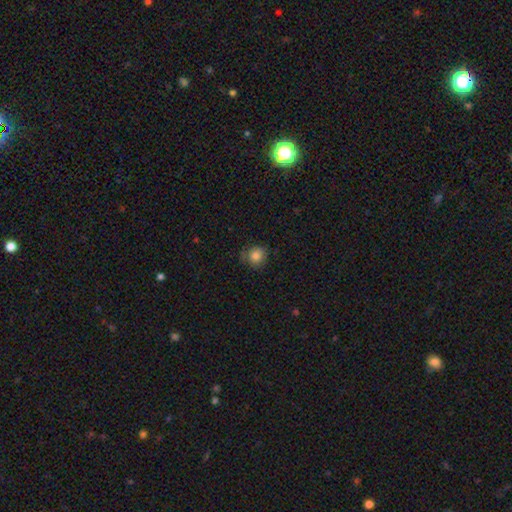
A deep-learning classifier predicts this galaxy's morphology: Smooth or featured: smooth — 82% (star or artifact — 10%)
How rounded: round — 83% (in between — 16%)
Merging: none — 71% (minor disturbance — 22%)